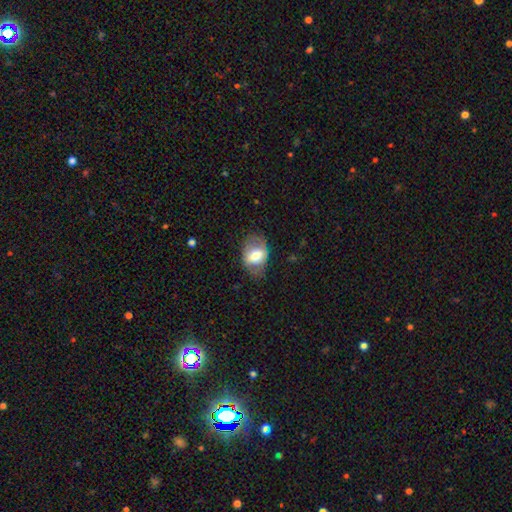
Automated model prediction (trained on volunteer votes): Q: Smooth or featured?
A: smooth (58%); runner-up: featured or disk (34%)
Q: How rounded?
A: in between (74%); runner-up: round (25%)
Q: Merging?
A: none (62%); runner-up: minor disturbance (24%)